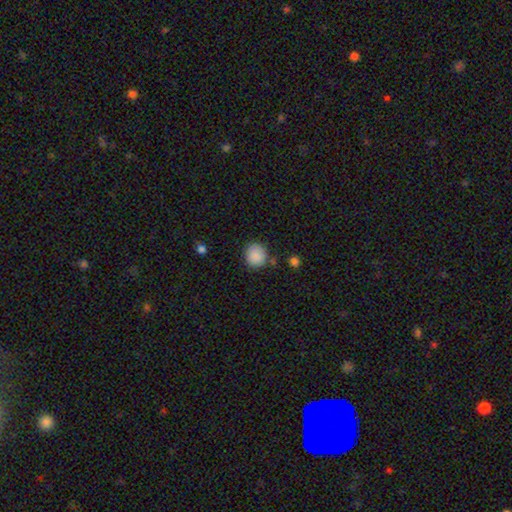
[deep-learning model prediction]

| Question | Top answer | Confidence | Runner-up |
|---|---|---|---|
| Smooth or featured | smooth | 88% | star or artifact (9%) |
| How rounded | round | 84% | in between (15%) |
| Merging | none | 80% | minor disturbance (13%) |